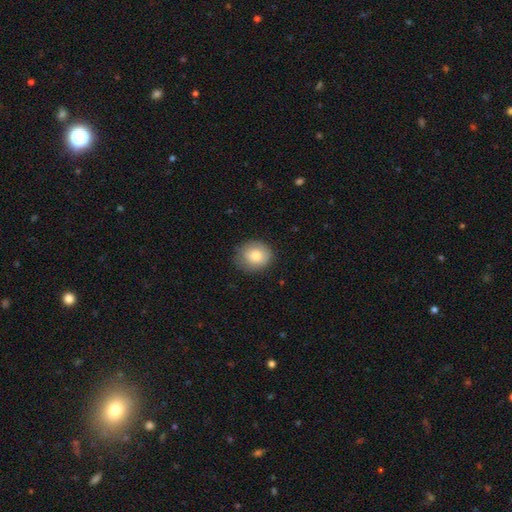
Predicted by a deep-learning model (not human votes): A smooth galaxy with no disk features (81%) that is round (73%). Merging: none (80%).